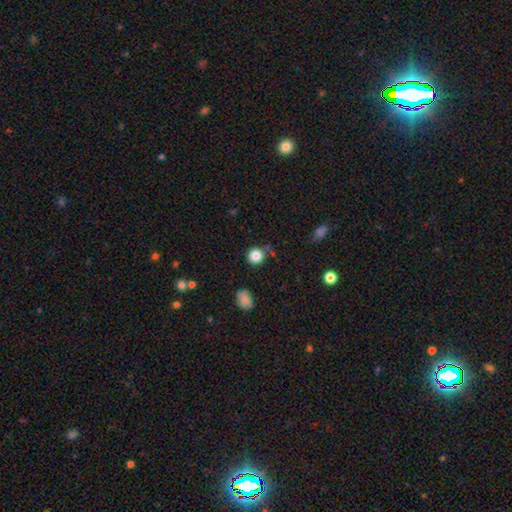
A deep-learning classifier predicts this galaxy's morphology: smooth-or-featured: smooth: 84% | star or artifact: 11% | featured or disk: 5%
  how-rounded: round: 93% | in between: 6% | cigar-shaped: 1%
  merging: none: 83% | minor disturbance: 9% | merger: 5% | major disturbance: 3%